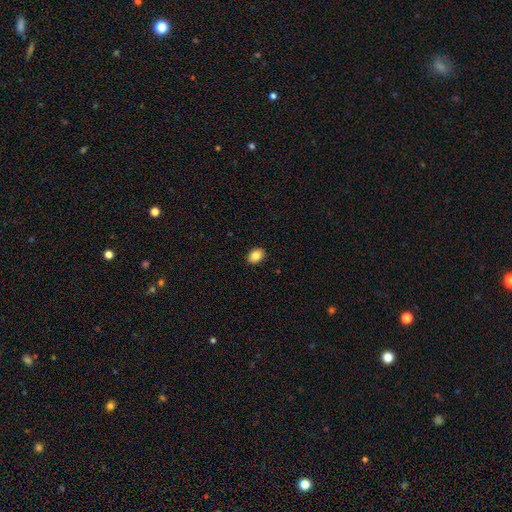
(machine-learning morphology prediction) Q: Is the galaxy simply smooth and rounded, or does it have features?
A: smooth — 85%.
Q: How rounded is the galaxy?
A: in between — 73%.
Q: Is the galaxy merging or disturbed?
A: none — 90%.